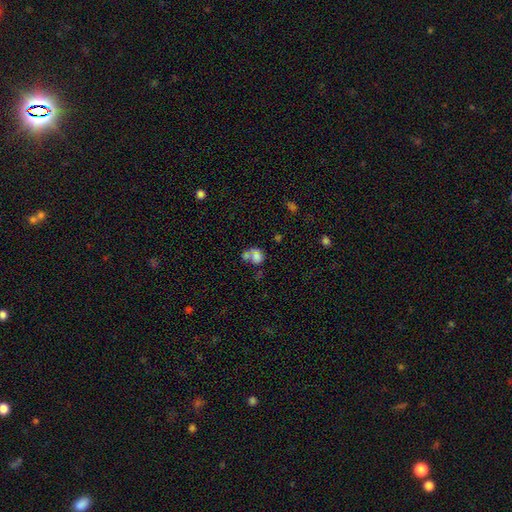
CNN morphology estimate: This is likely a smooth galaxy (67%). How rounded: likely round (63%). Merging: possibly merger (52%).